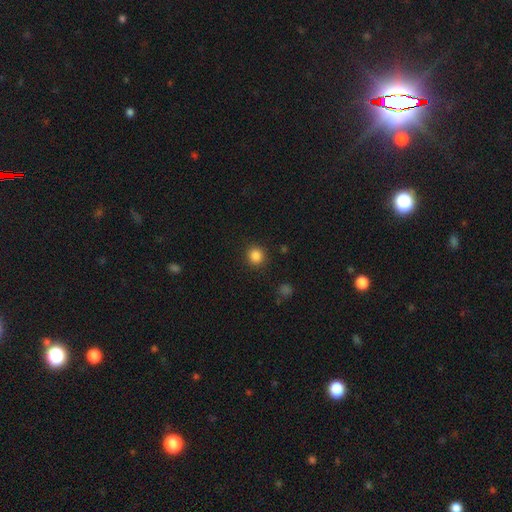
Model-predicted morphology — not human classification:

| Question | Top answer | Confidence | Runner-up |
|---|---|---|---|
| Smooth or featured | smooth | 85% | star or artifact (11%) |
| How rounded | round | 92% | in between (7%) |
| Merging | none | 90% | minor disturbance (6%) |